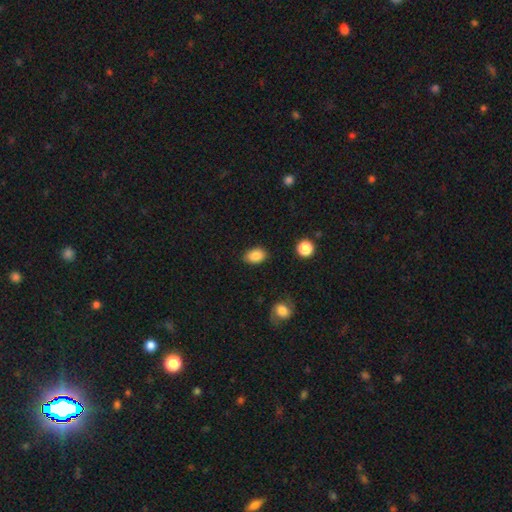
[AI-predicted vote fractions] Overall: smooth (86%). How rounded: in between (82%). Merging: none (84%).